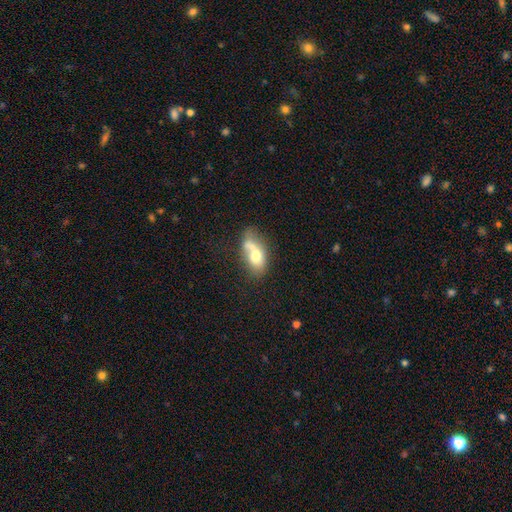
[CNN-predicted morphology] The model was most divided on "merging": merger: 51%, none: 24%, minor disturbance: 14%, major disturbance: 10%. More confident: how rounded — in between (82%); smooth or featured — smooth (63%).